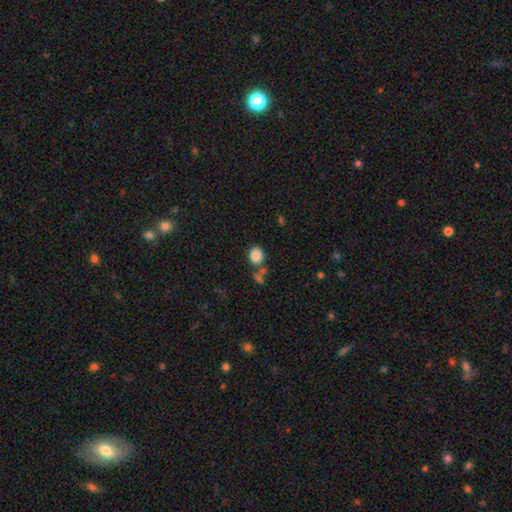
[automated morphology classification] Smooth or featured?
  - smooth: 84% *
  - star or artifact: 9%
  - featured or disk: 7%
How rounded?
  - round: 74% *
  - in between: 25%
  - cigar-shaped: 1%
Merging?
  - none: 69% *
  - merger: 17%
  - minor disturbance: 11%
  - major disturbance: 4%